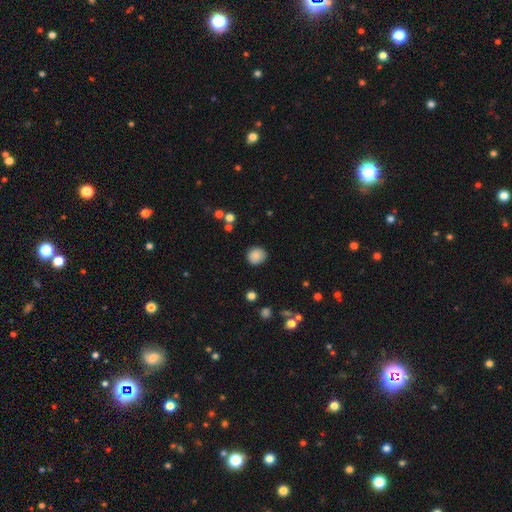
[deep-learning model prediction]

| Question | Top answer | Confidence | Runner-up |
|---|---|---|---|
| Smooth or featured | smooth | 85% | star or artifact (9%) |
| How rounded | round | 86% | in between (14%) |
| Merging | none | 84% | minor disturbance (12%) |